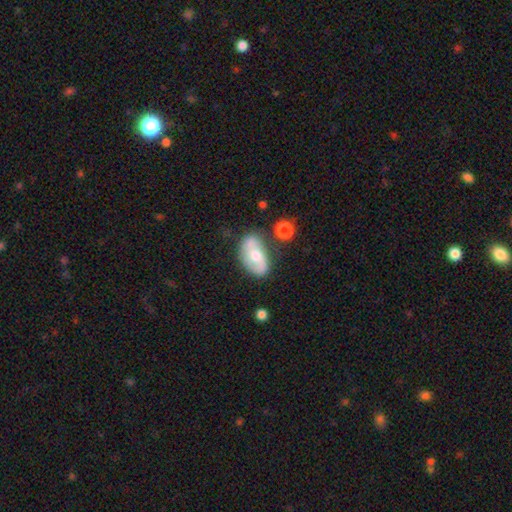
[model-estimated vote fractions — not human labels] Smooth or featured? featured or disk (51%)
Edge-on disk? no (93%)
Merging? none (62%)